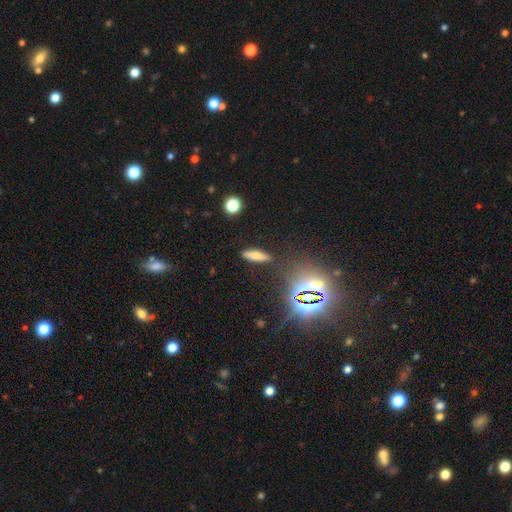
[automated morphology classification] Overall: smooth (64%). How rounded: cigar-shaped (58%; in between 38%). Merging: none (85%).